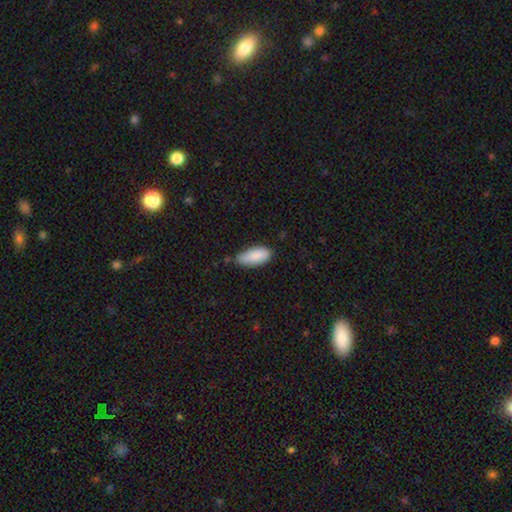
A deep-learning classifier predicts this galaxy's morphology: This is clearly a smooth galaxy (88%). How rounded: clearly in between (84%). Merging: likely none (61%).